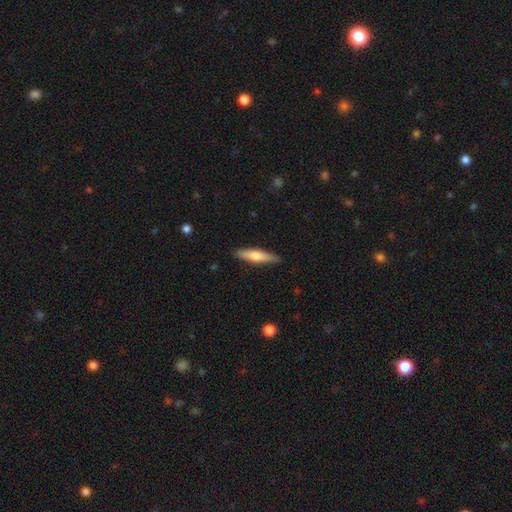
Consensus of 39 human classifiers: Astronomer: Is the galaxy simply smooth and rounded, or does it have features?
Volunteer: smooth — 72%.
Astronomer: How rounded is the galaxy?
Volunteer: cigar-shaped — 75%.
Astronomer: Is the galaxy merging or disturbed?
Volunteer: none — 89%.